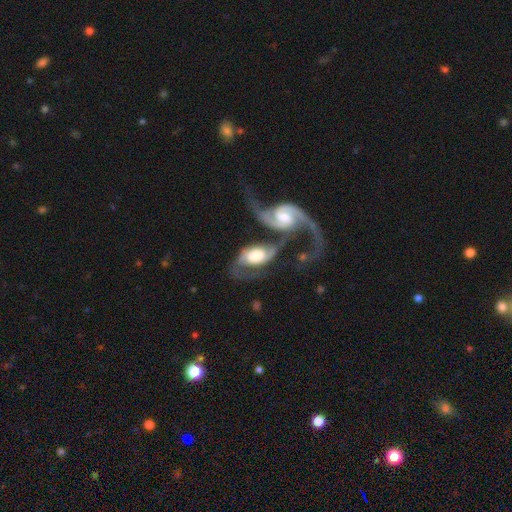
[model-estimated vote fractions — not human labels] Smooth or featured? featured or disk (73%)
Edge-on disk? no (94%)
Bar? no (48%)
Spiral arms? yes (90%)
Spiral winding? loose (41%, tied with medium)
Spiral arm count? 2 (81%)
Bulge size? large (46%)
Merging? merger (59%)